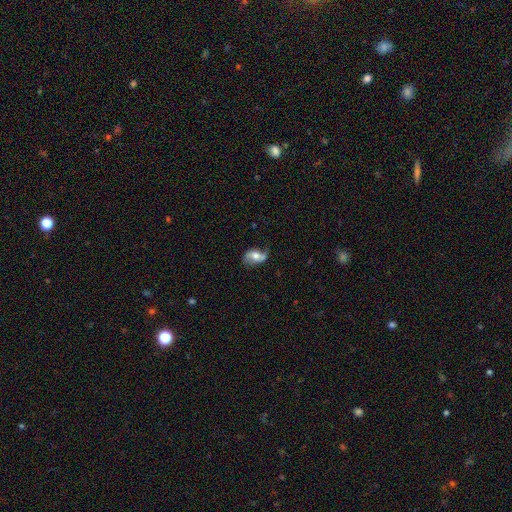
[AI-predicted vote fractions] Smooth or featured: featured or disk — 67% (smooth — 25%)
Edge-on disk: no — 96% (yes — 4%)
Bar: no — 60% (weak — 29%)
Spiral arms: yes — 88% (no — 12%)
Spiral winding: loose — 65% (medium — 26%)
Spiral arm count: 2 — 87% (1 — 6%)
Bulge size: moderate — 65% (large — 16%)
Merging: none — 60% (minor disturbance — 24%)